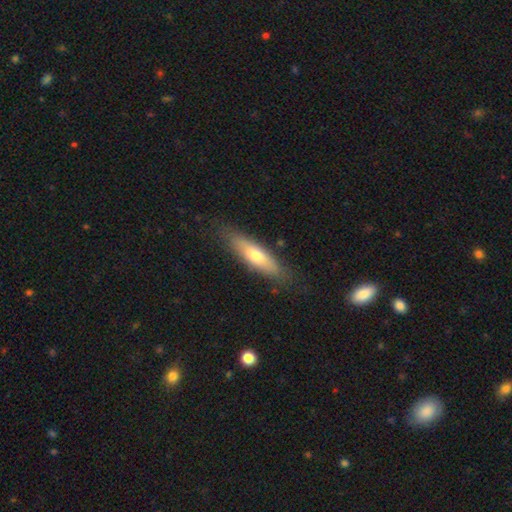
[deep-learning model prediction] Smooth or featured? smooth (62%)
How rounded? cigar-shaped (64%)
Merging? none (82%)